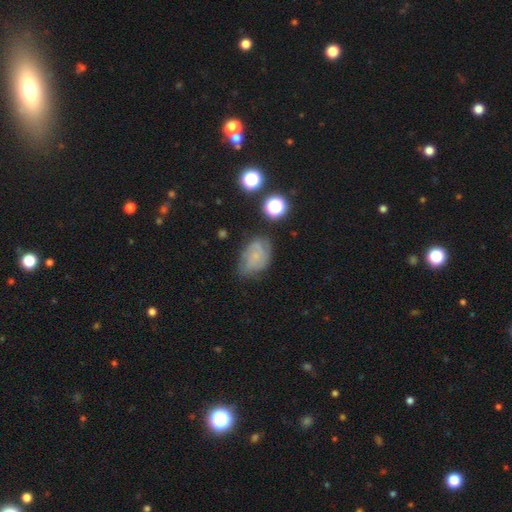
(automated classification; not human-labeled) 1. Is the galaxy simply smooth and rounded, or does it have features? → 52% featured or disk, 35% smooth, 13% star or artifact.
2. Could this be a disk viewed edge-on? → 97% no, 3% yes.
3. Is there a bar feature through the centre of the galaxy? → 75% no, 22% weak, 4% strong.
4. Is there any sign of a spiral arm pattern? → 81% yes, 19% no.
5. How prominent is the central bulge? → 62% small, 25% none, 11% moderate, 1% large, 1% dominant.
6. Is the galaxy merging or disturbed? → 59% none, 28% minor disturbance, 11% major disturbance, 3% merger.